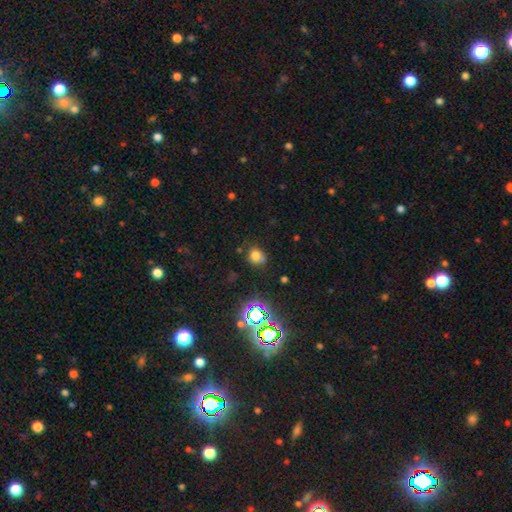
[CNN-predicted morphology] Smooth or featured: smooth — 71% (star or artifact — 21%)
How rounded: round — 69% (in between — 30%)
Merging: none — 68% (minor disturbance — 20%)